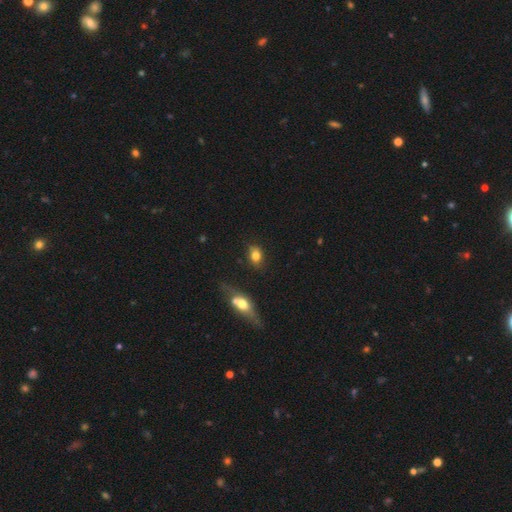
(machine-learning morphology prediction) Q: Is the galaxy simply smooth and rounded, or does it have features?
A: smooth — 77%.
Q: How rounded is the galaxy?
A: in between — 57%.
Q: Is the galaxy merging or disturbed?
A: none — 73%.